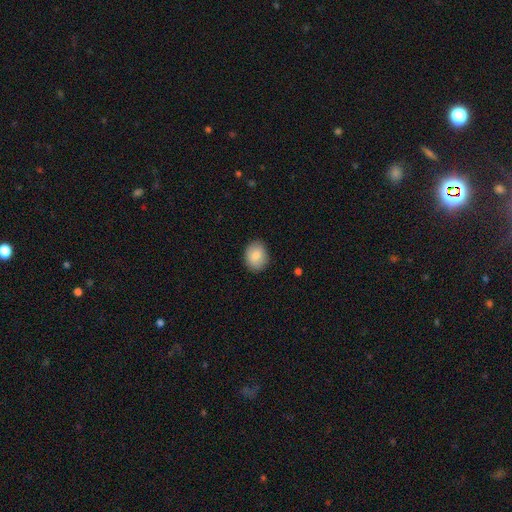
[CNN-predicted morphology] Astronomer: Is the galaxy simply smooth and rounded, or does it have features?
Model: smooth — 84%.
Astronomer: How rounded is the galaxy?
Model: in between — 54% (runner-up: round, 45%).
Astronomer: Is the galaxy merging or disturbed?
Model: none — 87%.